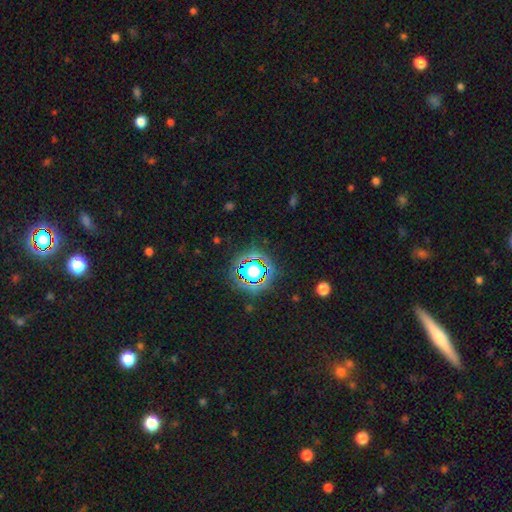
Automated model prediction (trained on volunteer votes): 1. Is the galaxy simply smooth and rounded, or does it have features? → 78% star or artifact, 13% smooth, 9% featured or disk.